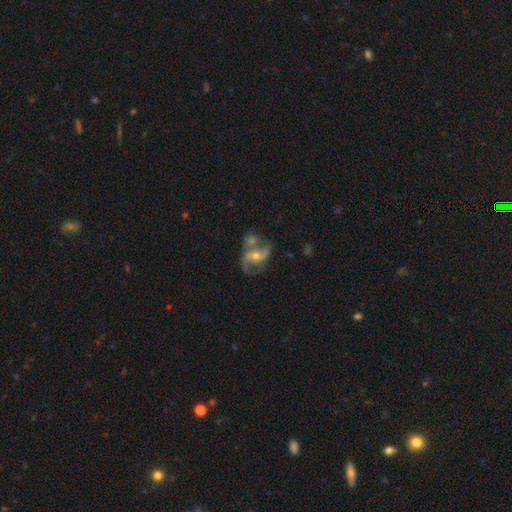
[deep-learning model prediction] Smooth or featured? featured or disk (83%)
Edge-on disk? no (97%)
Bar? weak (39%)
Spiral arms? yes (93%)
Spiral winding? loose (55%)
Spiral arm count? 2 (89%)
Bulge size? moderate (60%)
Merging? none (46%)